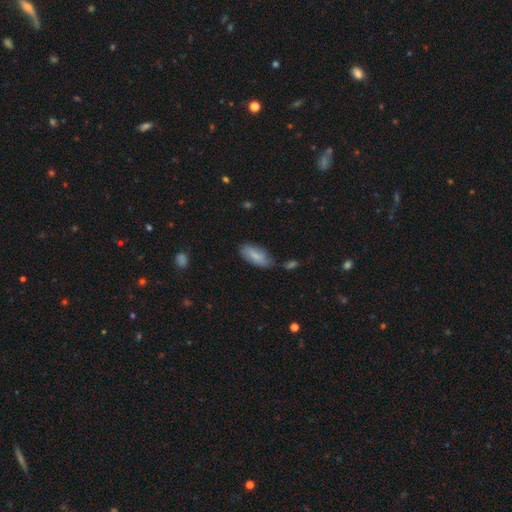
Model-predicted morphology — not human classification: smooth_or_featured: smooth (p=0.78) [alt: featured or disk p=0.16]
how_rounded: in between (p=0.86) [alt: cigar-shaped p=0.12]
merging: none (p=0.62) [alt: minor disturbance p=0.26]